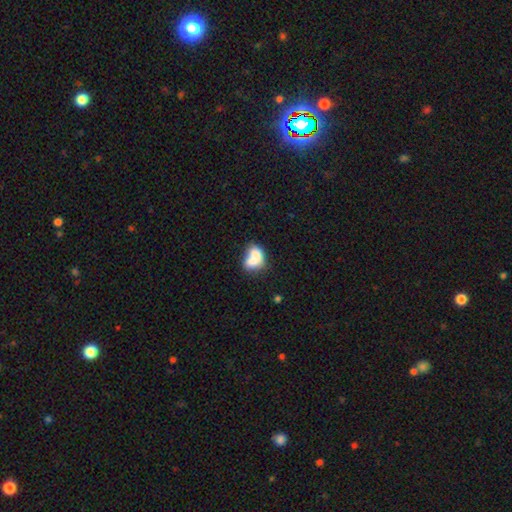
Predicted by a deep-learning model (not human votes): Smooth or featured? smooth (71%)
How rounded? in between (72%)
Merging? merger (55%)